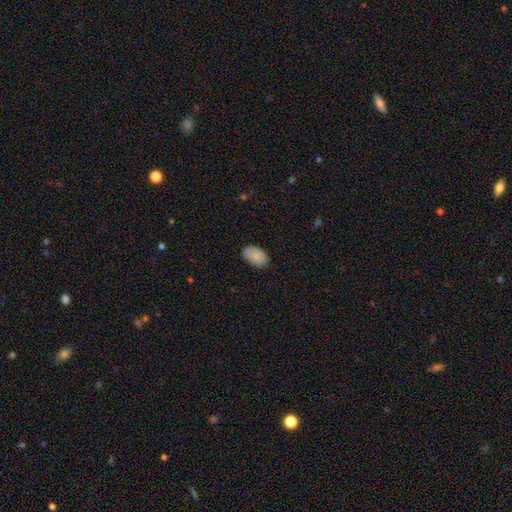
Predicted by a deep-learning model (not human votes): Overall: smooth (88%). How rounded: in between (93%). Merging: none (80%).